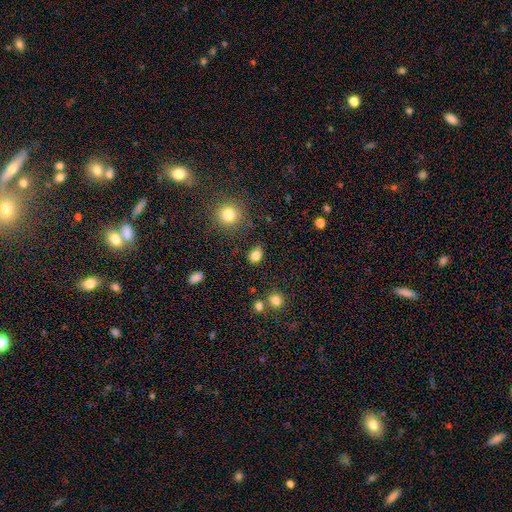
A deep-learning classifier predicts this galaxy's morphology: smooth 82%, star or artifact 12%, featured or disk 6%. Down the decision tree: how rounded — in between (52%); merging — none (79%).